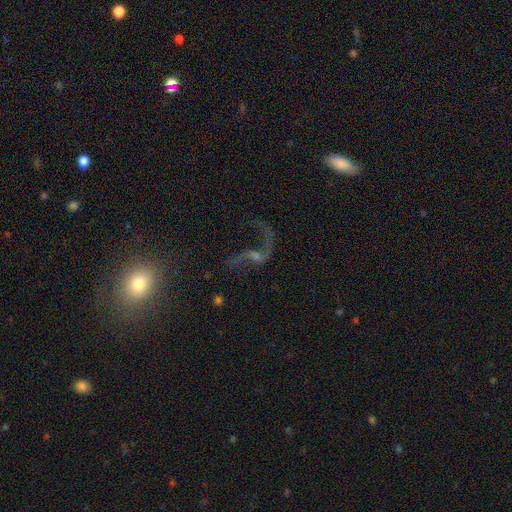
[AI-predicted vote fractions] Smooth or featured? featured or disk (78%)
Edge-on disk? no (95%)
Bar? no (50%)
Spiral arms? yes (88%)
Spiral winding? loose (89%)
Spiral arm count? 2 (75%)
Bulge size? small (48%)
Merging? none (50%)